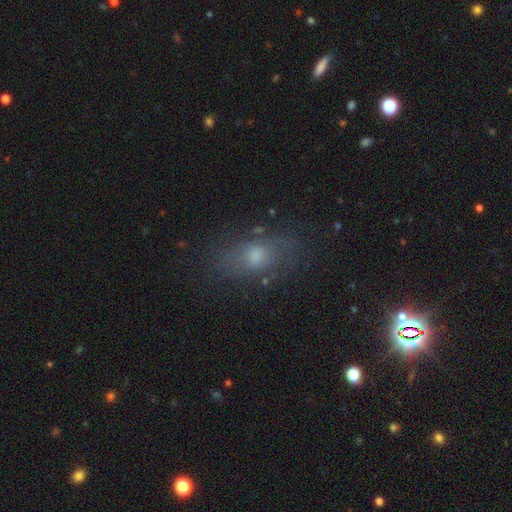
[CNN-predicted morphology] smooth_or_featured: smooth (p=0.56) [alt: featured or disk p=0.30]
how_rounded: in between (p=0.78) [alt: round p=0.16]
merging: none (p=0.71) [alt: minor disturbance p=0.18]